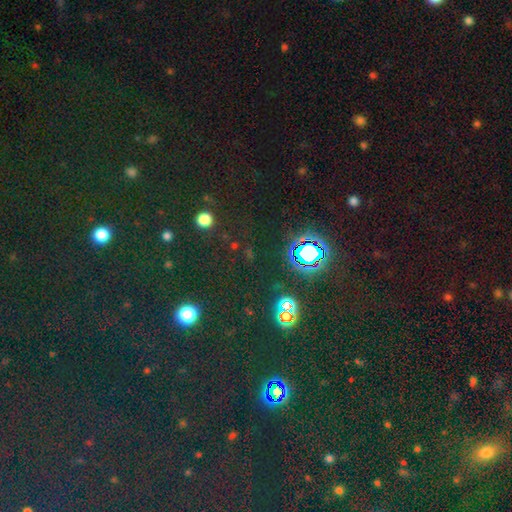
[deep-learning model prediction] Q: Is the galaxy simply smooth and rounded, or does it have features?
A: star or artifact — 77%.